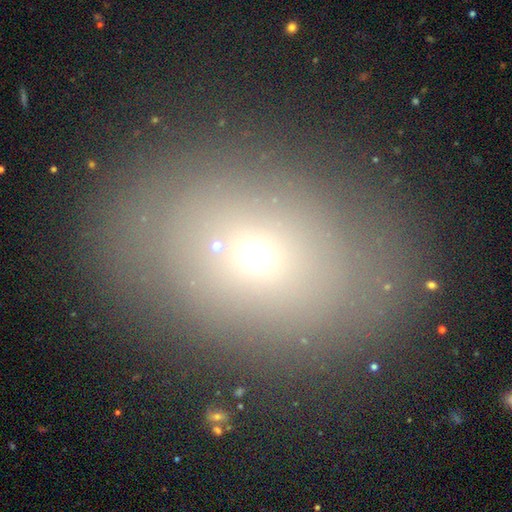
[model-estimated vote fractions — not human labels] A smooth galaxy with no disk features (61%) that is in between round and cigar-shaped (65%). Merging: none (76%).